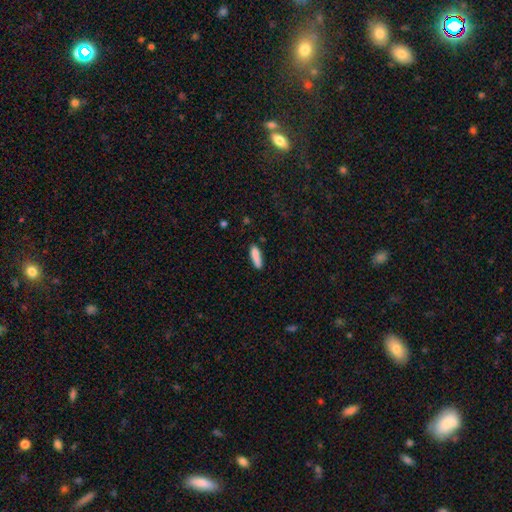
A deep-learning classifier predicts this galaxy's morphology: smooth_or_featured: smooth (p=0.86) [alt: featured or disk p=0.07]
how_rounded: cigar-shaped (p=0.67) [alt: in between p=0.31]
merging: none (p=0.79) [alt: minor disturbance p=0.16]